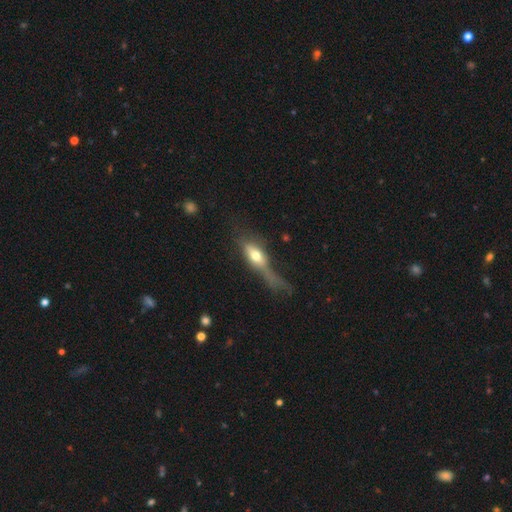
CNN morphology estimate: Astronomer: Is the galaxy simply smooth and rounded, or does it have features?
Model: smooth — 53% (runner-up: featured or disk, 38%).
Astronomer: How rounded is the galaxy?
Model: in between — 62%.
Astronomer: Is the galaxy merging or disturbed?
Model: major disturbance — 47% (runner-up: none, 24%).